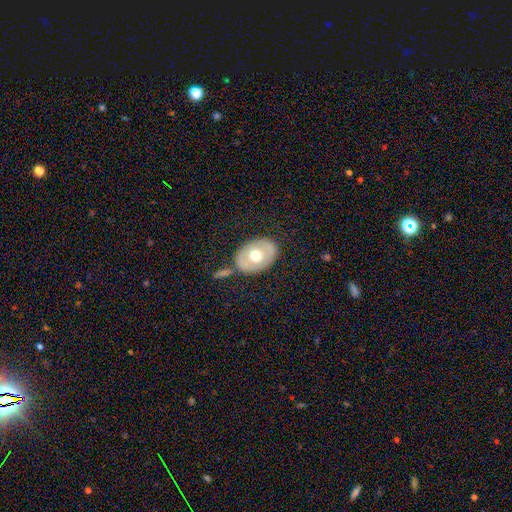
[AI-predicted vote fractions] Smooth or featured? Predicted: smooth (p=0.51). How rounded? Predicted: in between (p=0.77). Merging? Predicted: none (p=0.76).